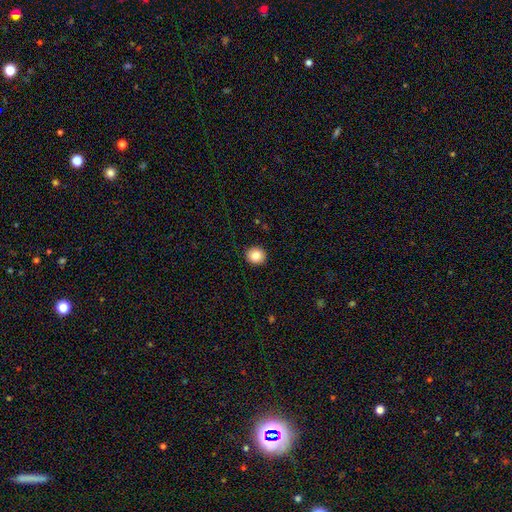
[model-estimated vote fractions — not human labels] Smooth or featured: smooth — 85% (star or artifact — 9%)
How rounded: round — 89% (in between — 10%)
Merging: none — 92% (minor disturbance — 5%)